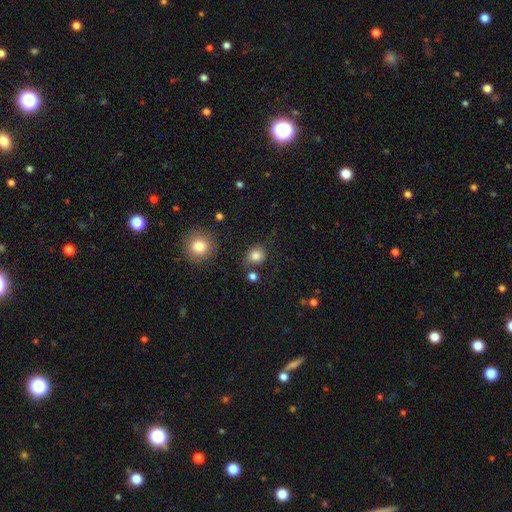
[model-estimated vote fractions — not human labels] Smooth or featured?
  - smooth: 83% *
  - star or artifact: 12%
  - featured or disk: 5%
How rounded?
  - round: 66% *
  - in between: 33%
  - cigar-shaped: 1%
Merging?
  - none: 74% *
  - minor disturbance: 16%
  - merger: 6%
  - major disturbance: 5%